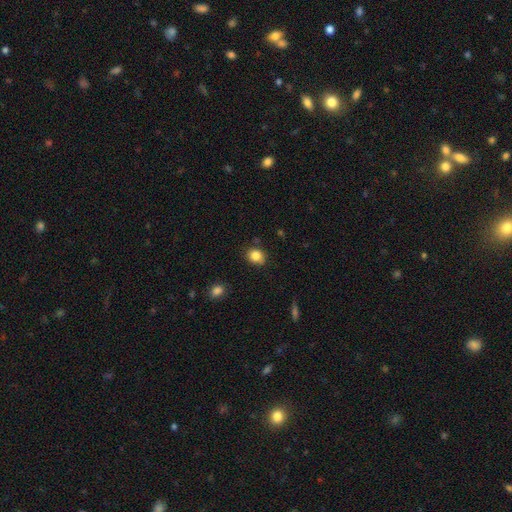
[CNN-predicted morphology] smooth-or-featured: smooth: 84% | star or artifact: 10% | featured or disk: 6%
  how-rounded: round: 60% | in between: 39% | cigar-shaped: 1%
  merging: none: 78% | minor disturbance: 17% | major disturbance: 3% | merger: 2%